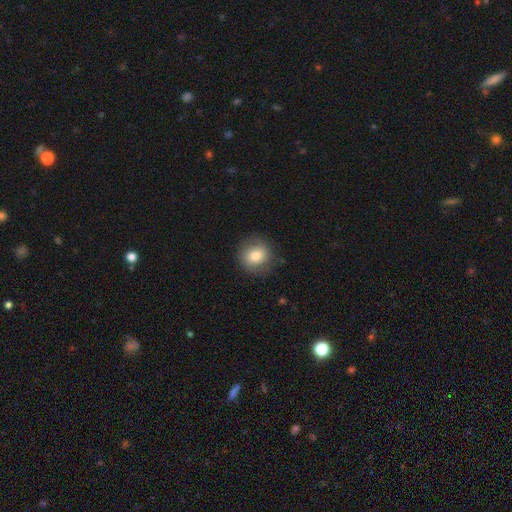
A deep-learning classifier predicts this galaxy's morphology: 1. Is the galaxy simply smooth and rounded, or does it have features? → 78% smooth, 13% featured or disk, 9% star or artifact.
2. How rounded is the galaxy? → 88% round, 11% in between, 1% cigar-shaped.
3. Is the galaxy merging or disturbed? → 85% none, 11% minor disturbance, 4% major disturbance, 1% merger.